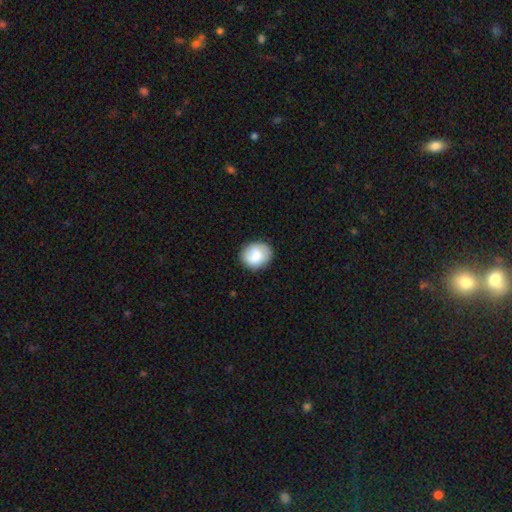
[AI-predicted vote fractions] A smooth galaxy with no disk features (80%) that is round (68%). Merging: none (84%).